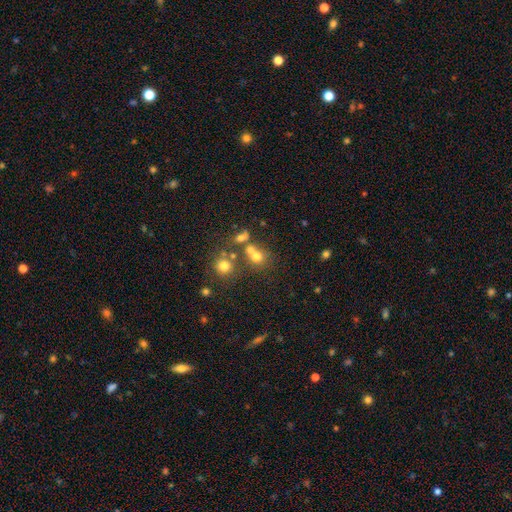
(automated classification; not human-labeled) Smooth or featured?
  - smooth: 64% *
  - star or artifact: 21%
  - featured or disk: 15%
How rounded?
  - round: 75% *
  - in between: 23%
  - cigar-shaped: 1%
Merging?
  - none: 47% *
  - merger: 38%
  - minor disturbance: 10%
  - major disturbance: 6%